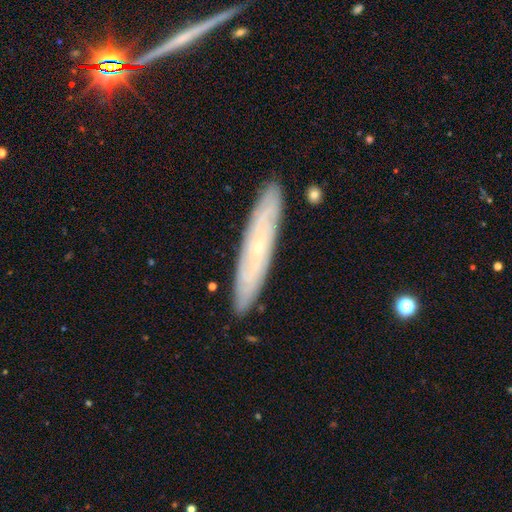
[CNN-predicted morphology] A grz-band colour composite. It shows a featured or disk galaxy (61%) viewed edge-on (52%). Merging: none (89%).